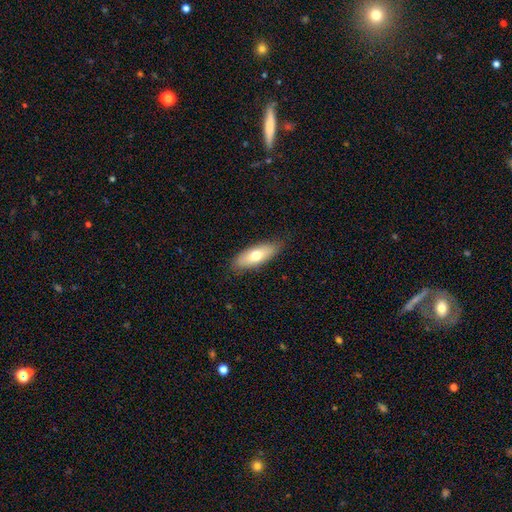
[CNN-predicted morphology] Overall: smooth (68%). How rounded: in between (66%; cigar-shaped 31%). Merging: none (84%).